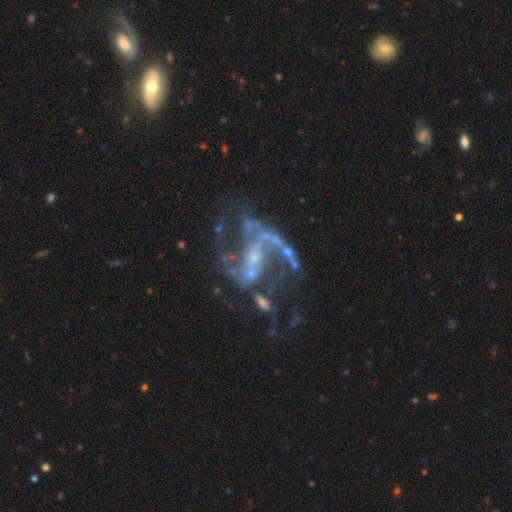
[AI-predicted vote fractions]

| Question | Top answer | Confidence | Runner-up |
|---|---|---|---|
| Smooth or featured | featured or disk | 86% | star or artifact (9%) |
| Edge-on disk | no | 98% | yes (2%) |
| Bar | no | 41% | weak (38%) |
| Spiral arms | yes | 87% | no (13%) |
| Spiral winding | loose | 57% | medium (34%) |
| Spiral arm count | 2 | 72% | can't tell (10%) |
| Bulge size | small | 62% | none (18%) |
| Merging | none | 37% | major disturbance (30%) |